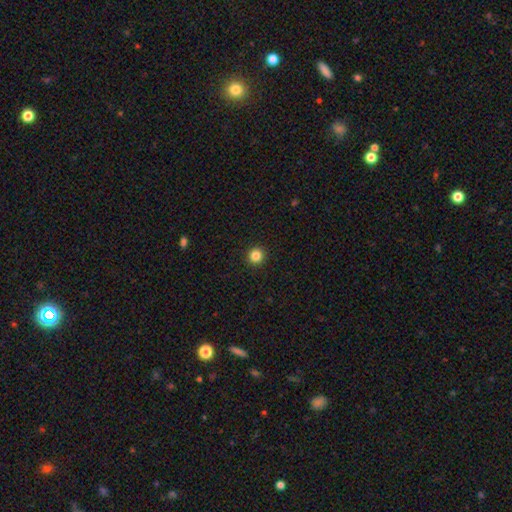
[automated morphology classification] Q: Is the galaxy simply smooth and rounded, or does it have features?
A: smooth — 85%.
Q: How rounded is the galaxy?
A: round — 95%.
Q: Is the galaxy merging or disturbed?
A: none — 93%.